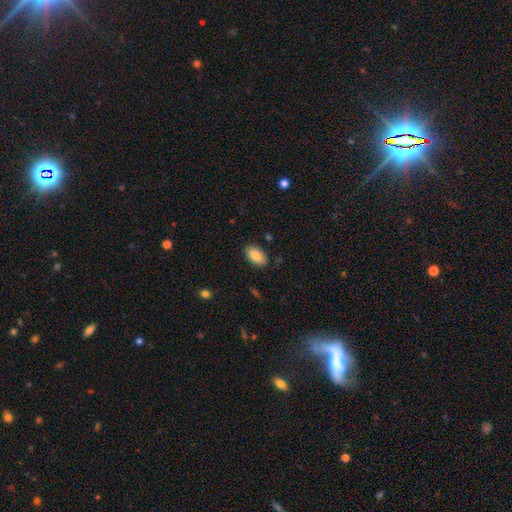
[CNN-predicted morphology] A smooth galaxy with no disk features (86%) that is in between round and cigar-shaped (94%). Merging: none (86%).